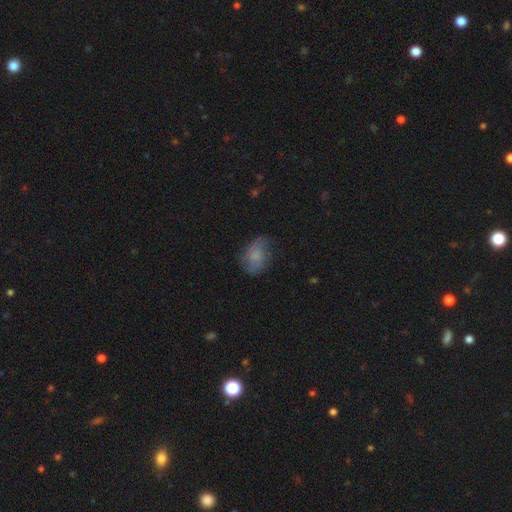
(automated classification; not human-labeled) Smooth or featured? Predicted: smooth (p=0.61). How rounded? Predicted: in between (p=0.81). Merging? Predicted: none (p=0.60).